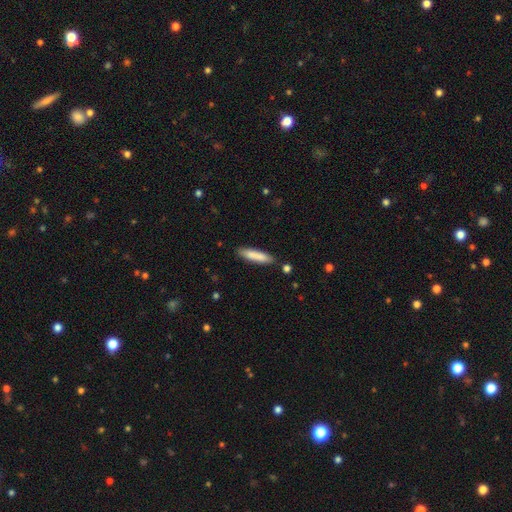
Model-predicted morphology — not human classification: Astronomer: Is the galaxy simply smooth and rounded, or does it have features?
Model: smooth — 84%.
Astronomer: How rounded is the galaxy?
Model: cigar-shaped — 81%.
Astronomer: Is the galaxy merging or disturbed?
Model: none — 85%.